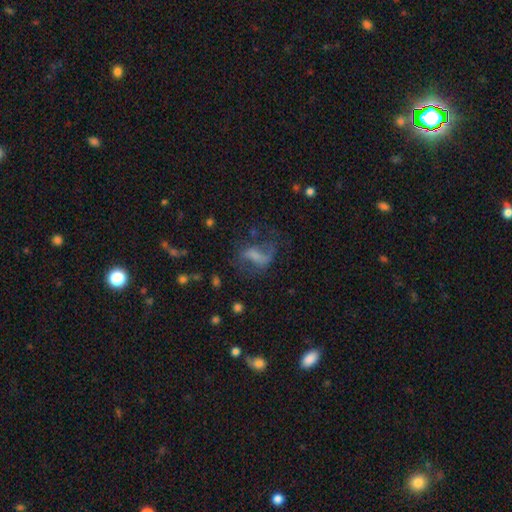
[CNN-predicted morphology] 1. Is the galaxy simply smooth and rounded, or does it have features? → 55% featured or disk, 31% smooth, 14% star or artifact.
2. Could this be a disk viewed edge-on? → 95% no, 5% yes.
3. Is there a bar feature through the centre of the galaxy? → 40% weak, 30% no, 29% strong.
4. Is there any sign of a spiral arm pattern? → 74% yes, 26% no.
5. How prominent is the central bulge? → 35% none, 31% small, 24% moderate, 8% large, 2% dominant.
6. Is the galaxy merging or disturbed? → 49% none, 29% major disturbance, 20% minor disturbance, 3% merger.